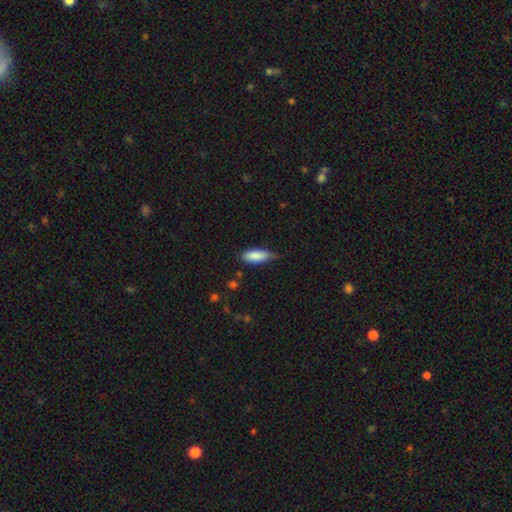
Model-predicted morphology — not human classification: Smooth or featured: smooth — 86% (featured or disk — 8%)
How rounded: in between — 73% (cigar-shaped — 25%)
Merging: none — 51% (minor disturbance — 40%)